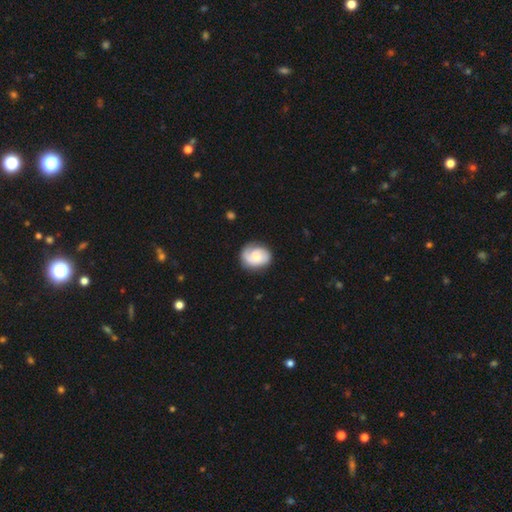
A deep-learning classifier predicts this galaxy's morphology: featured or disk 52%, smooth 42%, star or artifact 6%. Down the decision tree: edge-on disk — no (97%); bar — no (68%); spiral arms — yes (82%); bulge size — moderate (66%); merging — none (74%).